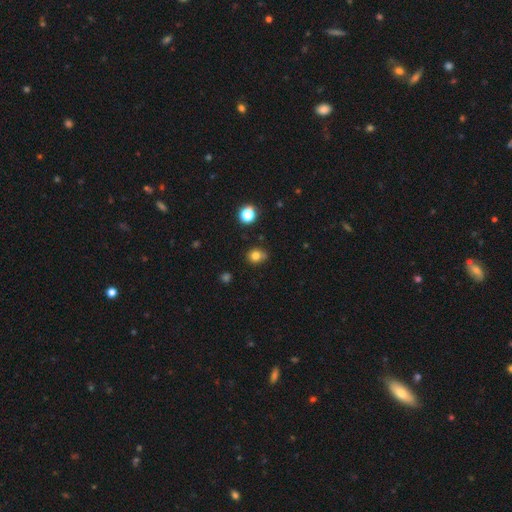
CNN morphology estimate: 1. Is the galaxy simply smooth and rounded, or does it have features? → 79% smooth, 14% star or artifact, 7% featured or disk.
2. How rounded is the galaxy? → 76% round, 23% in between, 1% cigar-shaped.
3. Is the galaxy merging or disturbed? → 74% none, 18% minor disturbance, 4% merger, 4% major disturbance.